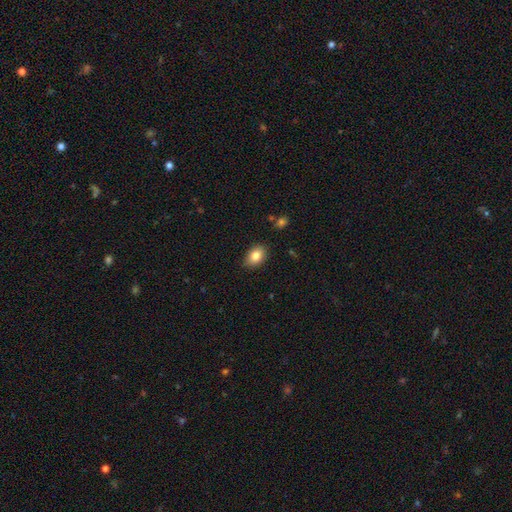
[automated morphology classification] smooth_or_featured: smooth (p=0.83) [alt: star or artifact p=0.08]
how_rounded: in between (p=0.81) [alt: round p=0.18]
merging: none (p=0.82) [alt: minor disturbance p=0.14]